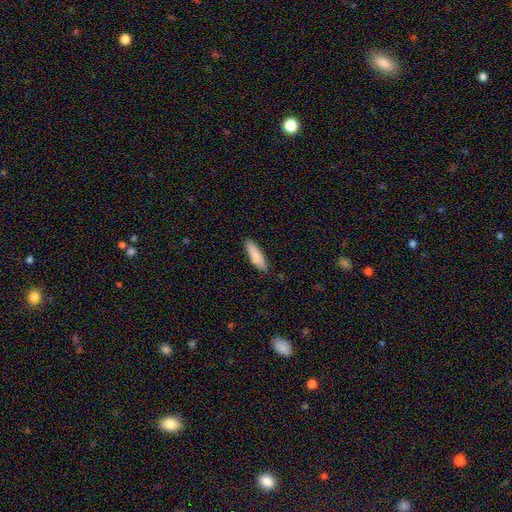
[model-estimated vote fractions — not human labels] This is clearly a smooth galaxy (86%). How rounded: possibly cigar-shaped (59%). Merging: clearly none (83%).